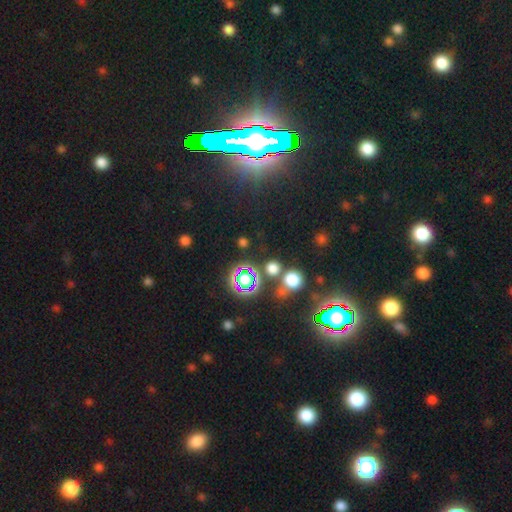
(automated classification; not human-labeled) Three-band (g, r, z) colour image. It shows a star or artifact, not a galaxy (81%).